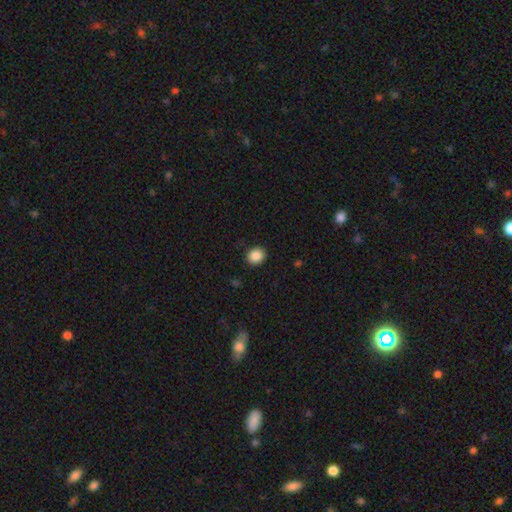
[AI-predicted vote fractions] Smooth or featured? Predicted: smooth (p=0.87). How rounded? Predicted: round (p=0.76). Merging? Predicted: none (p=0.90).